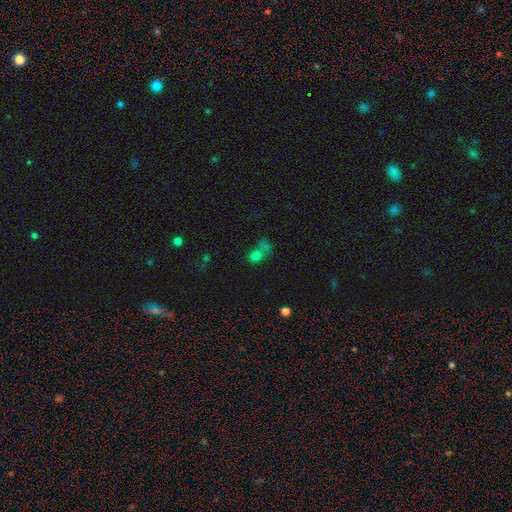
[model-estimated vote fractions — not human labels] Smooth or featured? smooth (71%)
How rounded? round (51%)
Merging? merger (52%)